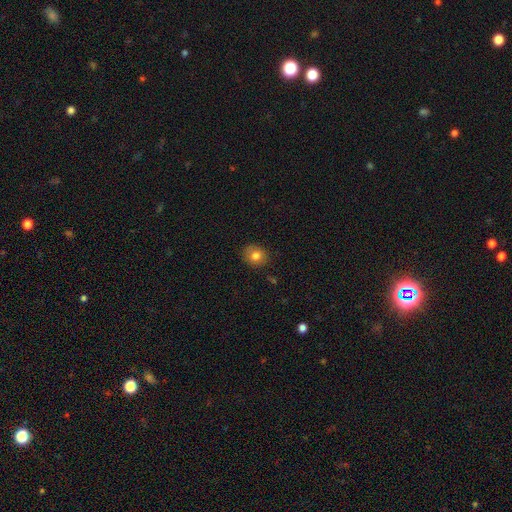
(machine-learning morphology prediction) Smooth or featured? Predicted: smooth (p=0.80). How rounded? Predicted: round (p=0.76). Merging? Predicted: none (p=0.86).